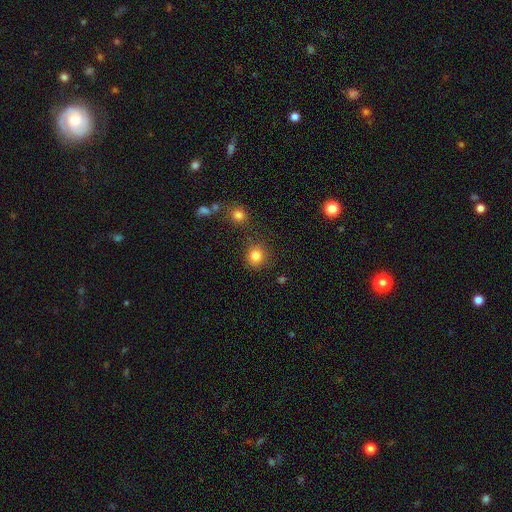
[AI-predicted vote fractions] Smooth or featured? Predicted: smooth (p=0.83). How rounded? Predicted: round (p=0.88). Merging? Predicted: none (p=0.81).